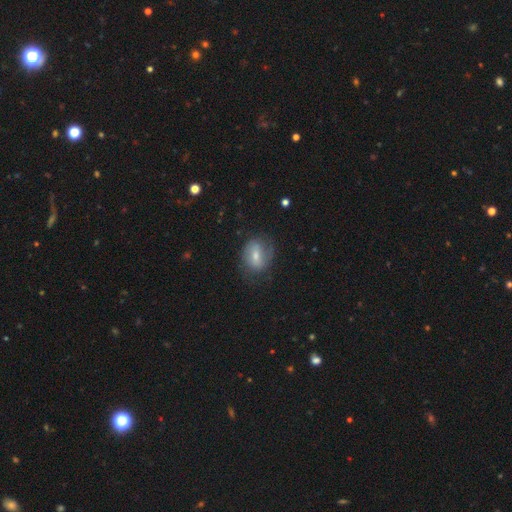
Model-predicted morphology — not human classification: type=smooth (51%); roundness=in between (60%); merging=none (60%).